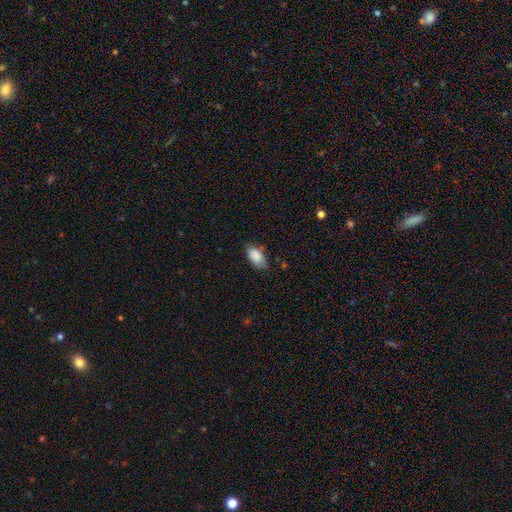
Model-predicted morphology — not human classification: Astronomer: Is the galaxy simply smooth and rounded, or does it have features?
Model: smooth — 86%.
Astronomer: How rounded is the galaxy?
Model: in between — 94%.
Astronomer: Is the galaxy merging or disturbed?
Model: none — 68%.